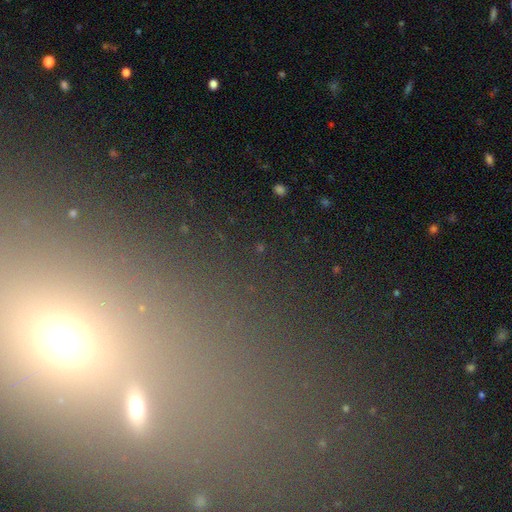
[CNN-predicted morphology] Overall: star or artifact (55%; smooth 30%).